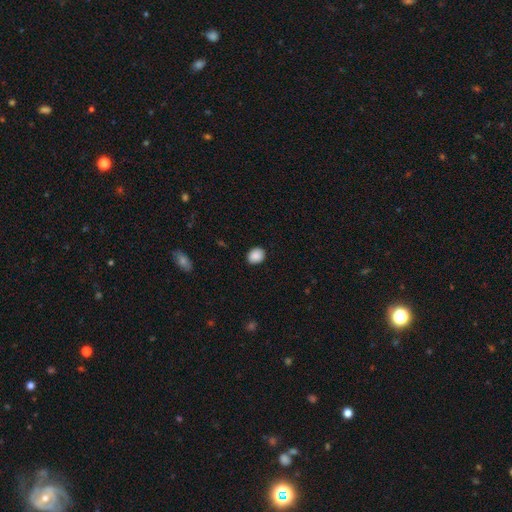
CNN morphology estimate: Smooth or featured? smooth (88%)
How rounded? round (58%)
Merging? none (87%)